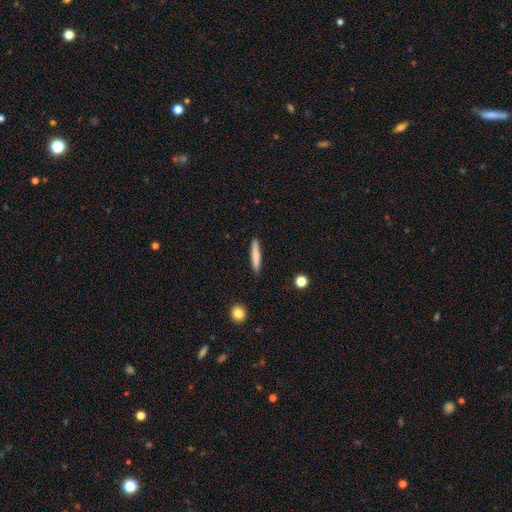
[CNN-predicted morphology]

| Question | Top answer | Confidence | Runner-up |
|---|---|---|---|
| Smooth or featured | smooth | 78% | featured or disk (16%) |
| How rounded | cigar-shaped | 92% | in between (6%) |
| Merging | none | 89% | minor disturbance (8%) |